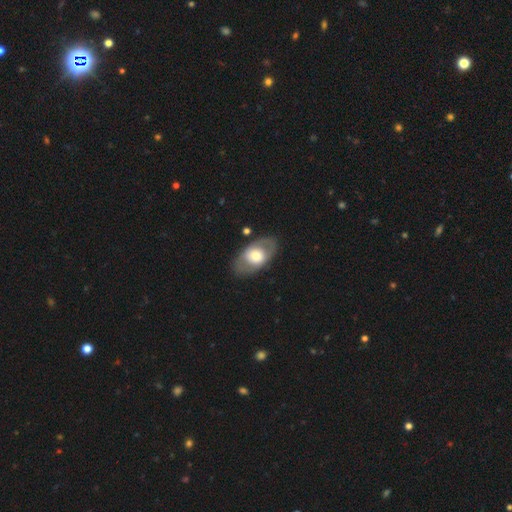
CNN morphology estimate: Smooth or featured: smooth — 49% (featured or disk — 46%)
Merging: none — 79% (minor disturbance — 13%)